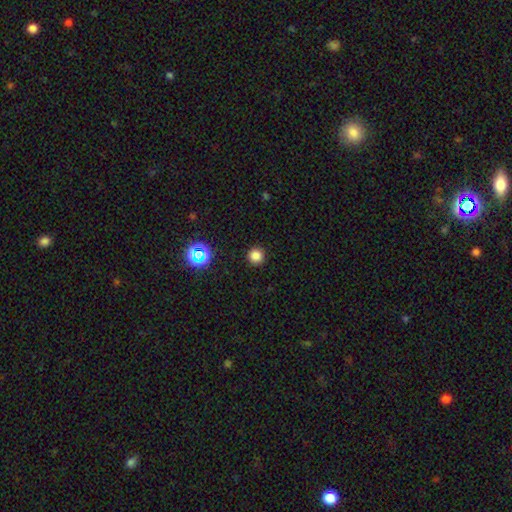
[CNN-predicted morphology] Smooth or featured? Predicted: smooth (p=0.80). How rounded? Predicted: round (p=0.96). Merging? Predicted: none (p=0.92).